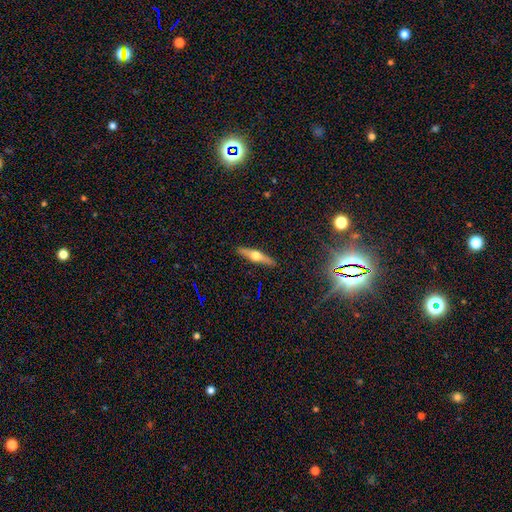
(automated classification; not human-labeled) A featured or disk galaxy (64%) viewed edge-on (96%) with a rounded central bulge (95%). Merging: none (91%).